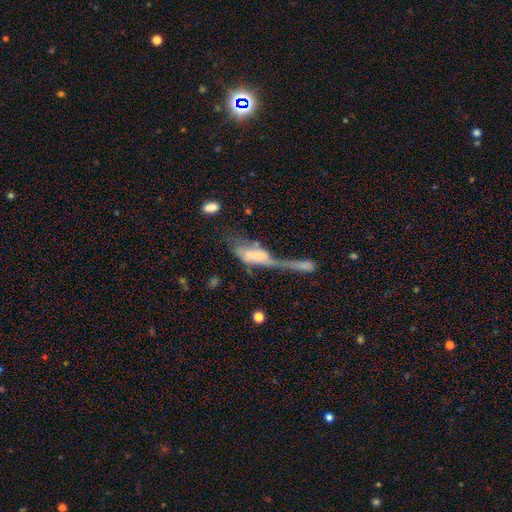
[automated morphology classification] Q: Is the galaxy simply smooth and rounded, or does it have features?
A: smooth — 49%.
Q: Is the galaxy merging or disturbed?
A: merger — 51%.